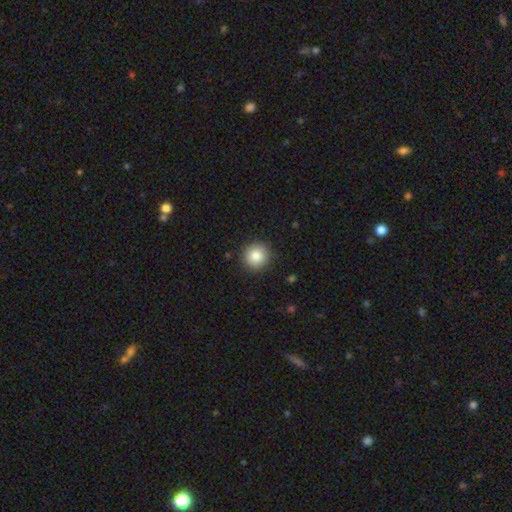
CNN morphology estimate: smooth 83%, star or artifact 10%, featured or disk 7%. Down the decision tree: how rounded — round (94%); merging — none (90%).